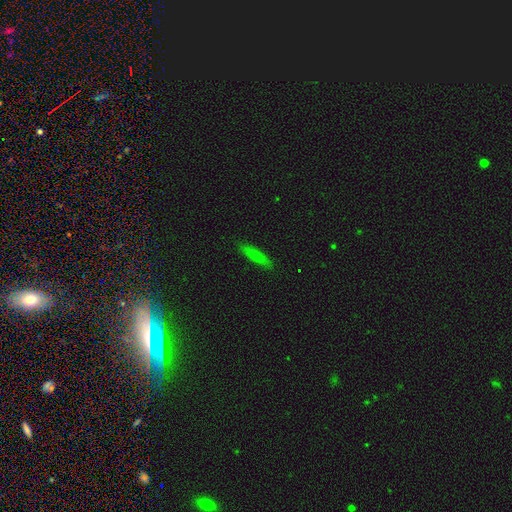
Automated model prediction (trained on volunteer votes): Morphology: type=smooth (74%); roundness=cigar-shaped (79%); merging=none (87%).